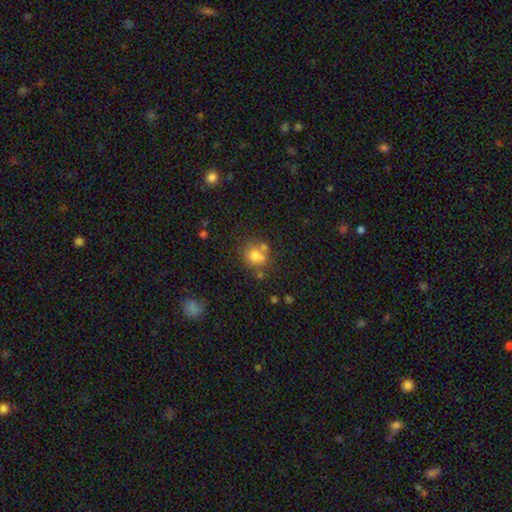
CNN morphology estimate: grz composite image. It shows a smooth galaxy with no disk features (74%) that is round (63%). Merging: none (53%).